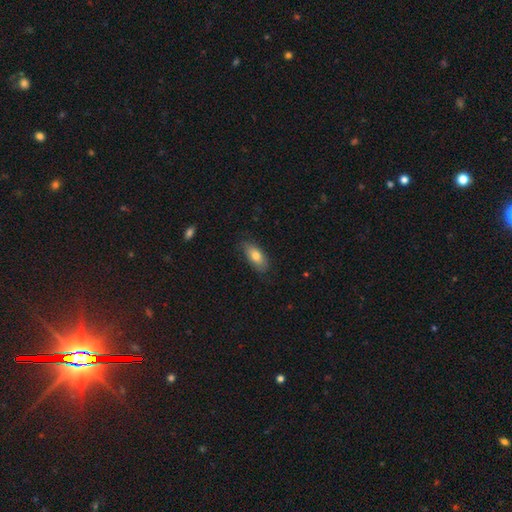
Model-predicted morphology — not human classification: A smooth galaxy with no disk features (78%) that is in between round and cigar-shaped (87%).

Vote fractions:
- Smooth or featured? smooth: 78% / featured or disk: 16% / star or artifact: 7%
- How rounded? in between: 87% / cigar-shaped: 10% / round: 3%
- Merging? none: 78% / minor disturbance: 17% / major disturbance: 3% / merger: 1%